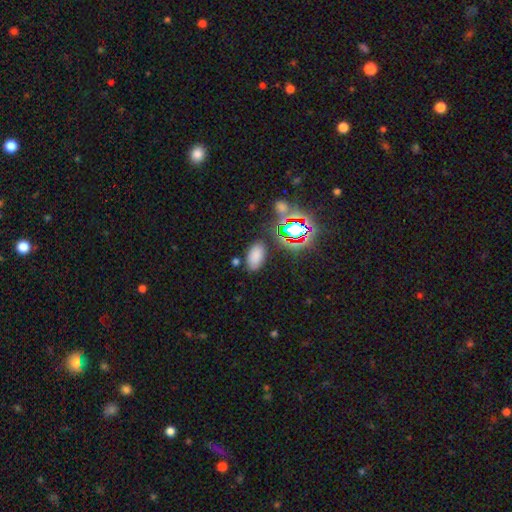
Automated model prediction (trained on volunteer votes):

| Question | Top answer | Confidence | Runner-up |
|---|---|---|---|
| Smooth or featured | smooth | 75% | star or artifact (19%) |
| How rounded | in between | 93% | round (5%) |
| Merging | none | 82% | minor disturbance (11%) |